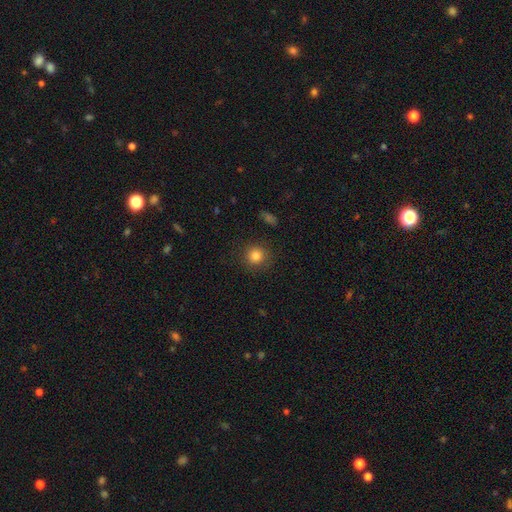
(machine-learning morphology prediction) The model was most divided on "smooth or featured": smooth: 83%, star or artifact: 11%, featured or disk: 6%. More confident: how rounded — round (93%); merging — none (88%).